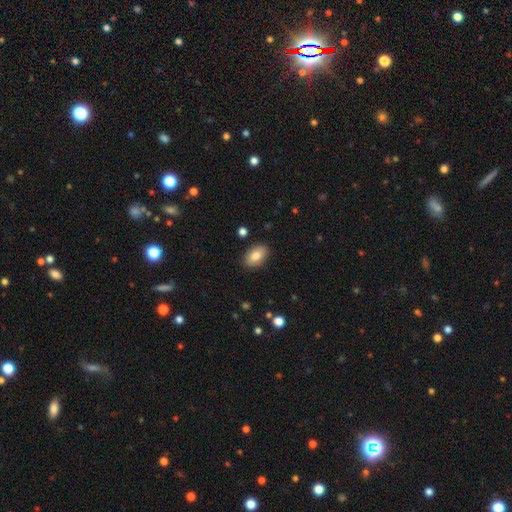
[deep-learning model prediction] Overall: smooth (84%). How rounded: in between (92%). Merging: none (88%).